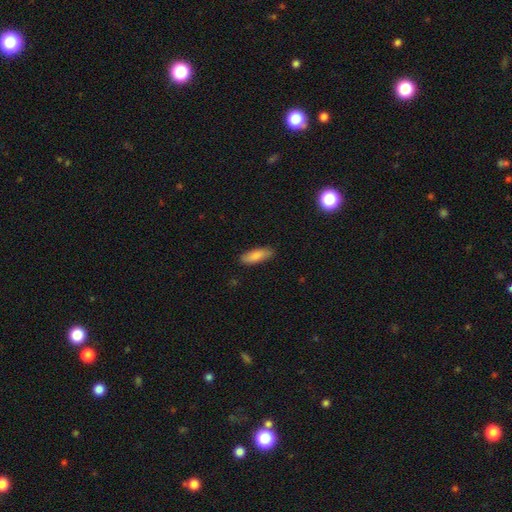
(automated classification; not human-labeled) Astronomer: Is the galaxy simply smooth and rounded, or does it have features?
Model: smooth — 84%.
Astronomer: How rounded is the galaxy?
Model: in between — 60% (runner-up: cigar-shaped, 39%).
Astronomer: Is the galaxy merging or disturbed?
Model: none — 86%.